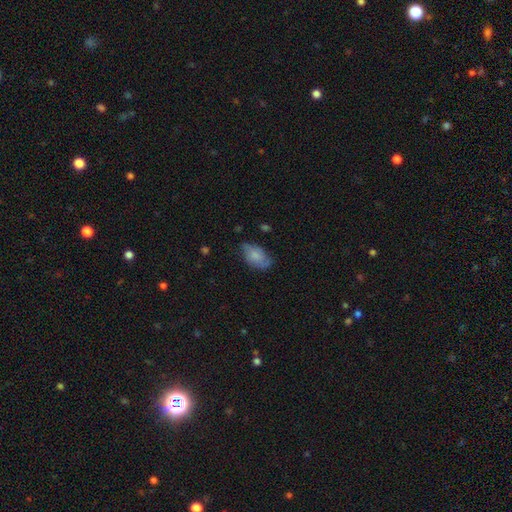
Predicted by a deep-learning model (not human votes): smooth-or-featured: smooth: 70% | featured or disk: 22% | star or artifact: 8%
  how-rounded: in between: 92% | round: 6% | cigar-shaped: 2%
  merging: none: 56% | minor disturbance: 33% | major disturbance: 9% | merger: 2%